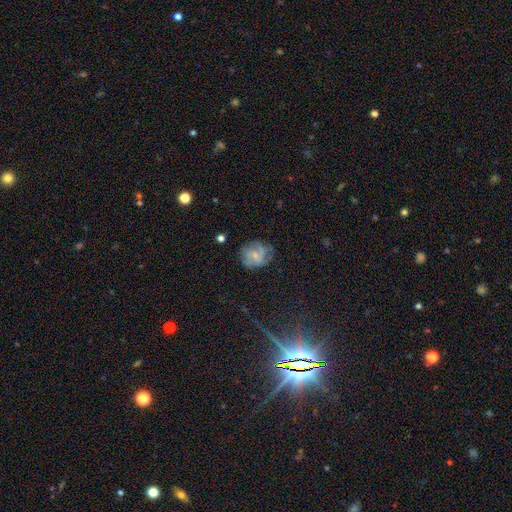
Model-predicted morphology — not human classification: A featured or disk galaxy (51%) with no bar (64%), spiral arms (73%) and a small central bulge (63%).

Vote fractions:
- Smooth or featured? featured or disk: 51% / smooth: 37% / star or artifact: 11%
- Edge-on disk? no: 97% / yes: 3%
- Bar? no: 64% / weak: 31% / strong: 5%
- Spiral arms? yes: 73% / no: 27%
- Bulge size? small: 63% / moderate: 23% / none: 11% / large: 2% / dominant: 1%
- Merging? none: 65% / minor disturbance: 22% / major disturbance: 11% / merger: 2%